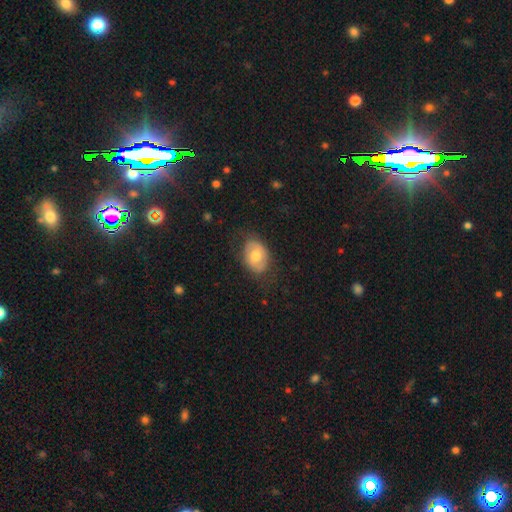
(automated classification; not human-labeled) Overall: smooth (58%; featured or disk 35%). How rounded: in between (77%). Merging: none (74%).